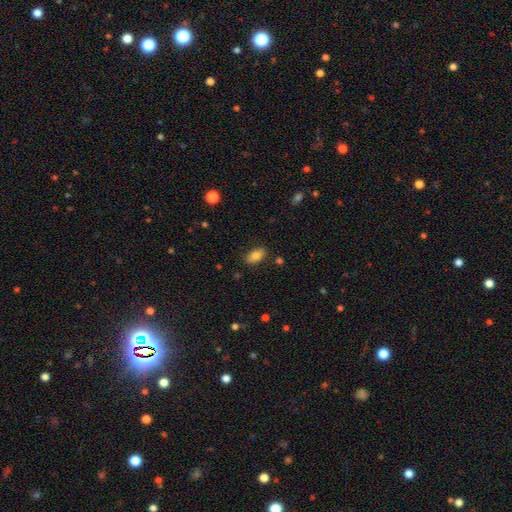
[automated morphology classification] The model was most divided on "smooth or featured": smooth: 80%, featured or disk: 12%, star or artifact: 8%. More confident: how rounded — in between (90%); merging — none (84%).